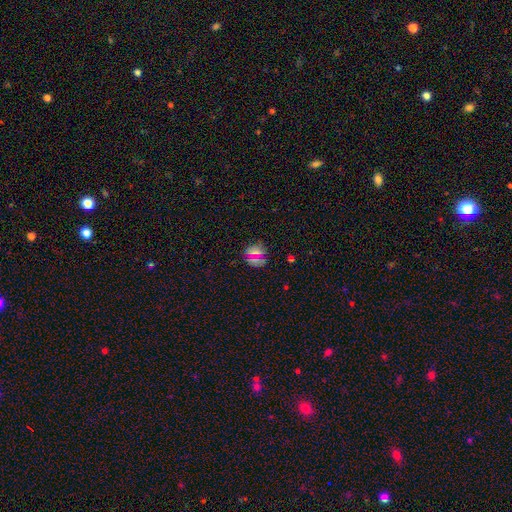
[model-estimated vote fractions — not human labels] Smooth or featured? smooth (64%)
How rounded? round (81%)
Merging? none (80%)